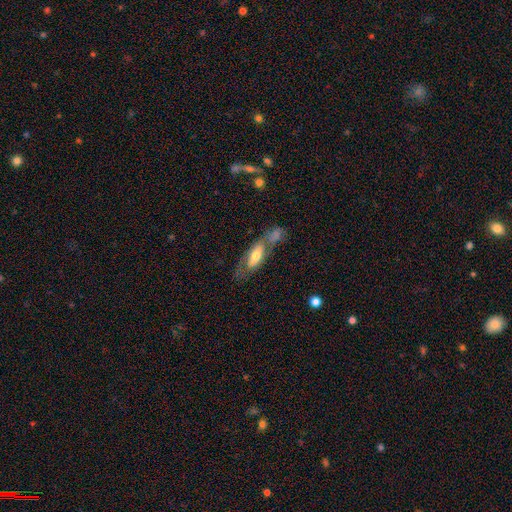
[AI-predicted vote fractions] Smooth or featured? smooth (48%)
Merging? none (41%)